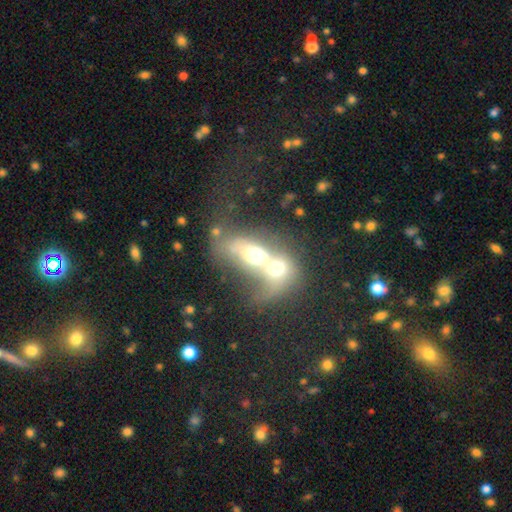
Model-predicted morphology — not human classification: type=smooth (51%); roundness=in between (66%); merging=merger (82%).